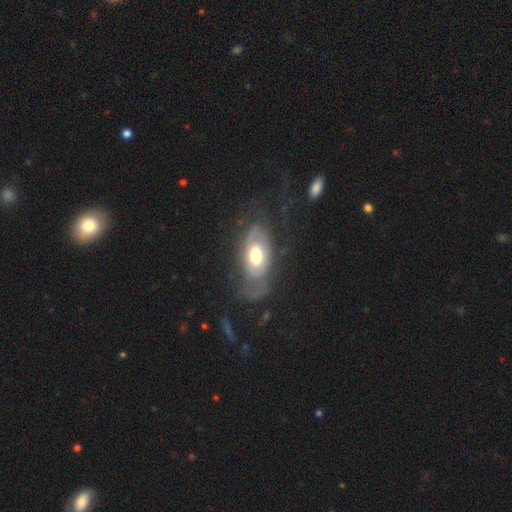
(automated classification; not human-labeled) Smooth or featured: featured or disk — 59% (smooth — 35%)
Edge-on disk: no — 90% (yes — 10%)
Bar: no — 73% (weak — 21%)
Spiral arms: yes — 55% (no — 45%)
Bulge size: moderate — 51% (large — 40%)
Merging: none — 47% (major disturbance — 27%)